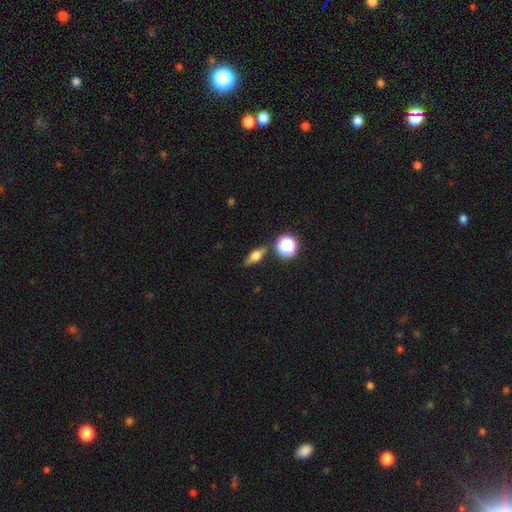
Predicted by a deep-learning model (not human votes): Q: Smooth or featured?
A: smooth (44%); runner-up: featured or disk (43%)
Q: Merging?
A: none (82%); runner-up: minor disturbance (11%)